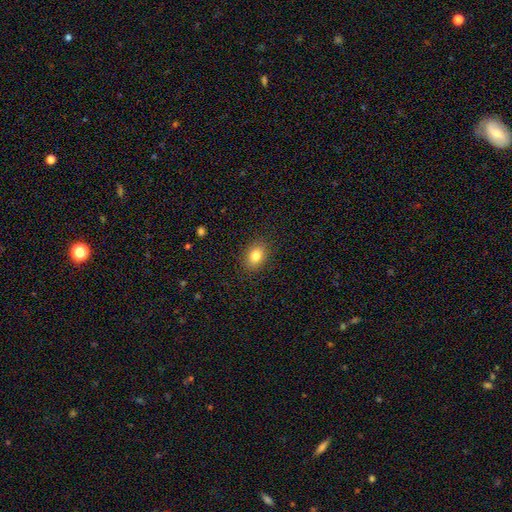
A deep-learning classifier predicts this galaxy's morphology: This is clearly a smooth galaxy (82%). How rounded: likely in between (71%). Merging: clearly none (87%).